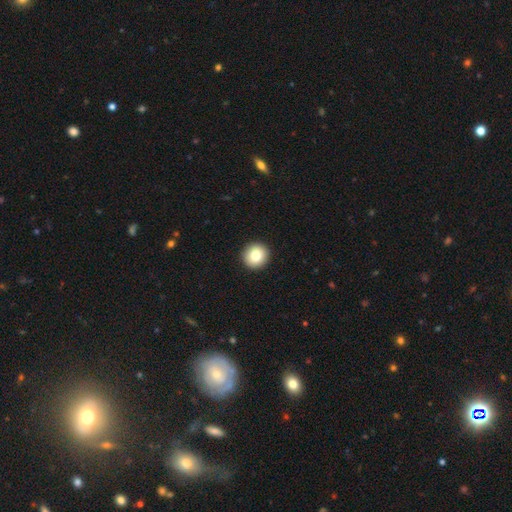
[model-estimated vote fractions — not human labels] This appears to be a smooth galaxy with no disk features (81%) that is round (94%). Merging: none (94%).